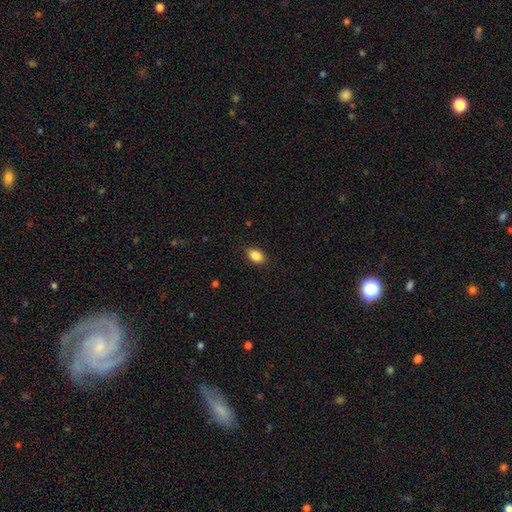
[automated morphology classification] This appears to be a smooth galaxy with no disk features (88%) that is in between round and cigar-shaped (85%). Merging: none (87%).